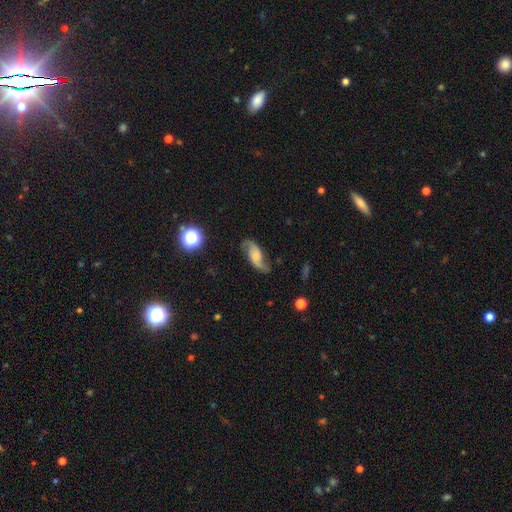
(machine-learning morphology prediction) A featured or disk galaxy (79%) with no bar (58%), 2 (92%) loose (59%) spiral arms (95%) and a small central bulge (39%). Merging: none (76%).